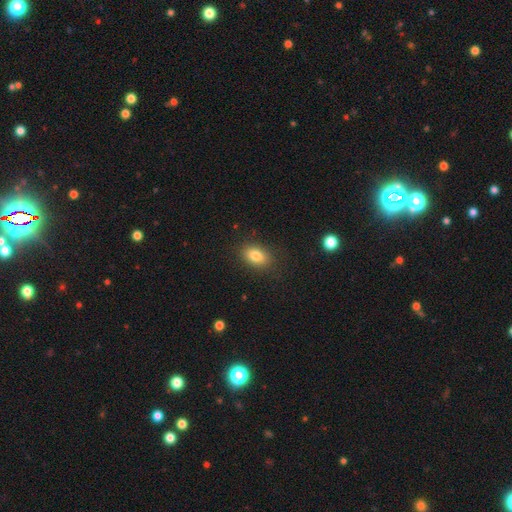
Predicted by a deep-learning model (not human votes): Q: Smooth or featured?
A: smooth (82%); runner-up: star or artifact (9%)
Q: How rounded?
A: in between (82%); runner-up: round (16%)
Q: Merging?
A: none (85%); runner-up: minor disturbance (10%)